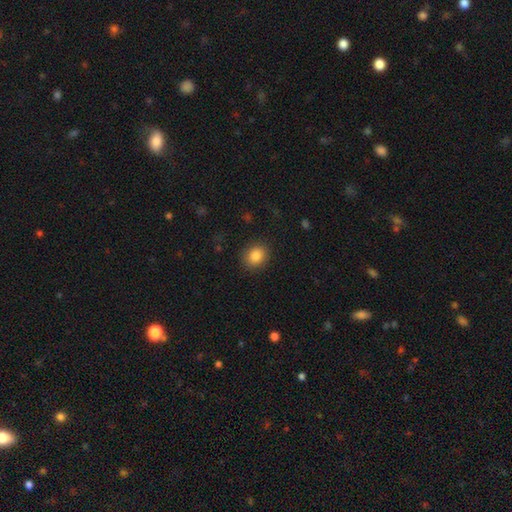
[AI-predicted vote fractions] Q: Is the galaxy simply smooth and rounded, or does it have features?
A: smooth — 85%.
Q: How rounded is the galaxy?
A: round — 67%.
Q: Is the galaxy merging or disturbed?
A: none — 87%.